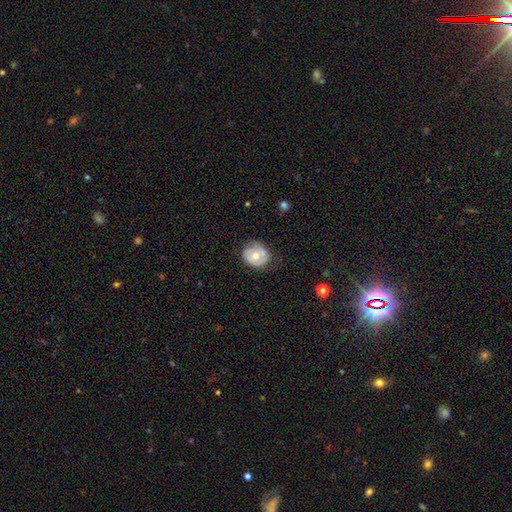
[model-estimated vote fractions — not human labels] Smooth or featured? smooth (52%)
How rounded? round (64%)
Merging? none (63%)